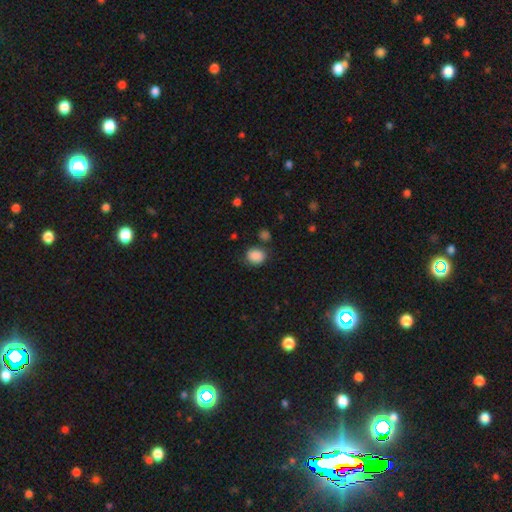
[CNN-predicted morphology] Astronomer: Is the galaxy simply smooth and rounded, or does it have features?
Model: smooth — 86%.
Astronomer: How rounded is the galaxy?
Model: round — 67%.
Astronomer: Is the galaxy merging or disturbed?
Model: none — 72%.